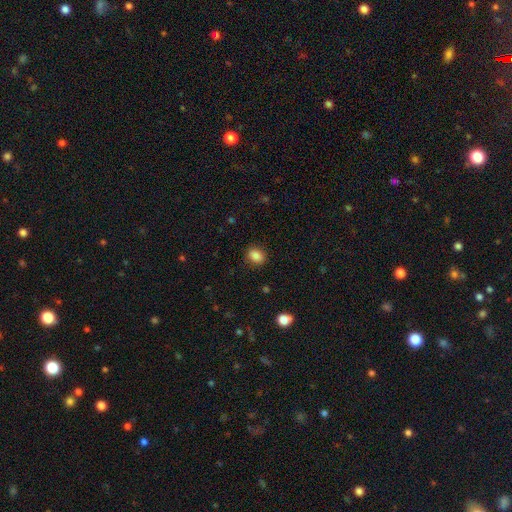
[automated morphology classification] Smooth or featured: smooth — 86% (star or artifact — 10%)
How rounded: in between — 52% (round — 47%)
Merging: none — 87% (minor disturbance — 9%)